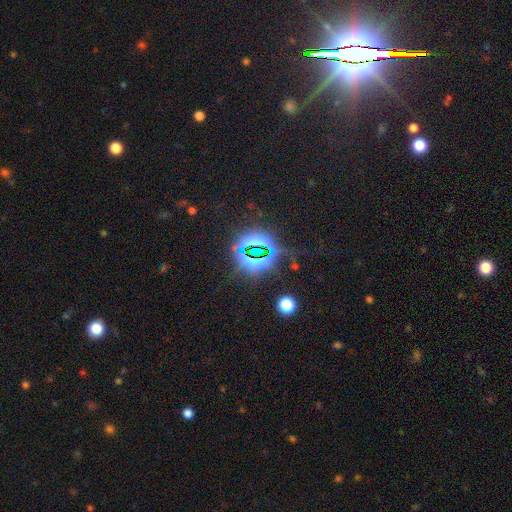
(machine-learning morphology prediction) Smooth or featured?
  - star or artifact: 80% *
  - smooth: 12%
  - featured or disk: 8%